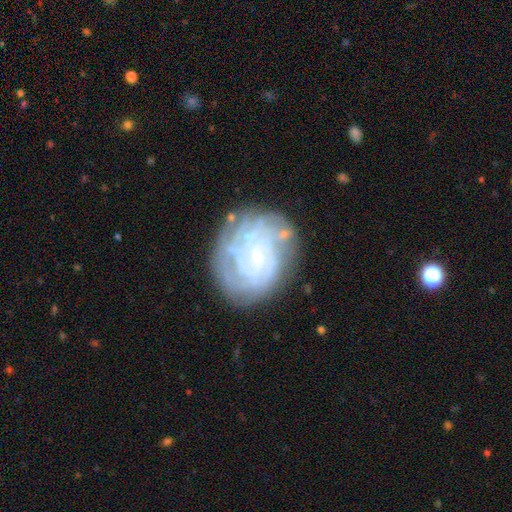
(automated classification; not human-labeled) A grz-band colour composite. It shows a featured or disk galaxy (81%) with no bar (61%), tight (76%) spiral arms (93%) and a small central bulge (81%). Merging: none (72%).